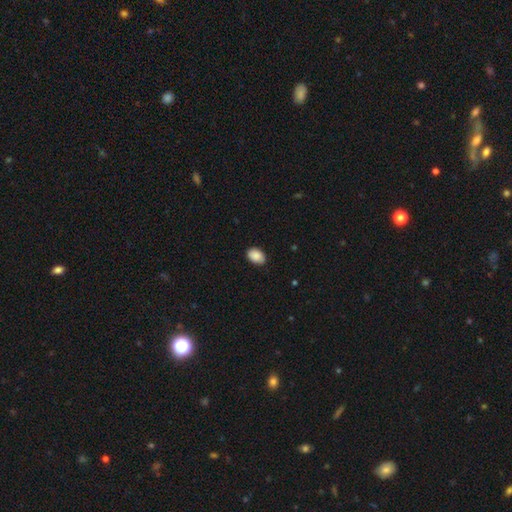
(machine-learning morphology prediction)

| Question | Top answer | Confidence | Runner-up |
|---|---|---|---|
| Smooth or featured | smooth | 89% | star or artifact (7%) |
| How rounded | in between | 84% | round (15%) |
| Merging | none | 86% | minor disturbance (11%) |